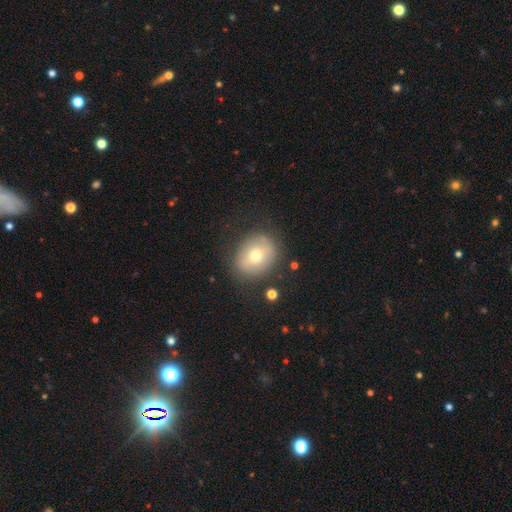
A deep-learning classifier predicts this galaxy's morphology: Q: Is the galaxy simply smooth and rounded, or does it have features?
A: smooth — 63%.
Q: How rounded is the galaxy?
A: round — 56%.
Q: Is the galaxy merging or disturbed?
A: none — 80%.